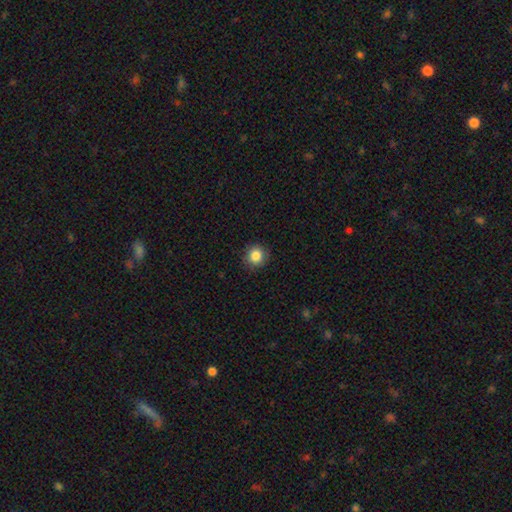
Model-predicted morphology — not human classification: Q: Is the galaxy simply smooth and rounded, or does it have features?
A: smooth — 86%.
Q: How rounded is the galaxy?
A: round — 90%.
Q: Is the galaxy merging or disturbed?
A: none — 88%.